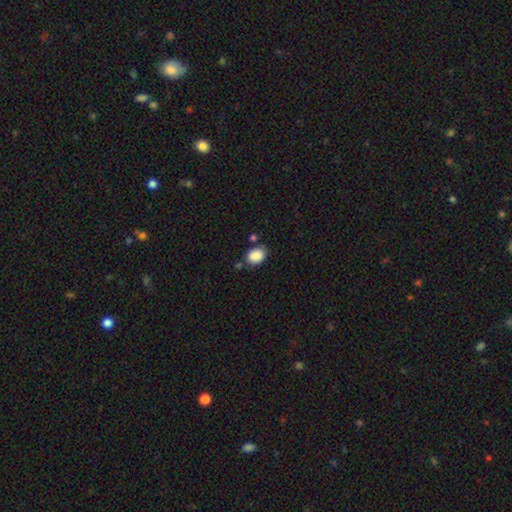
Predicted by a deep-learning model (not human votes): A smooth galaxy with no disk features (88%) that is in between round and cigar-shaped (67%). Merging: none (70%).